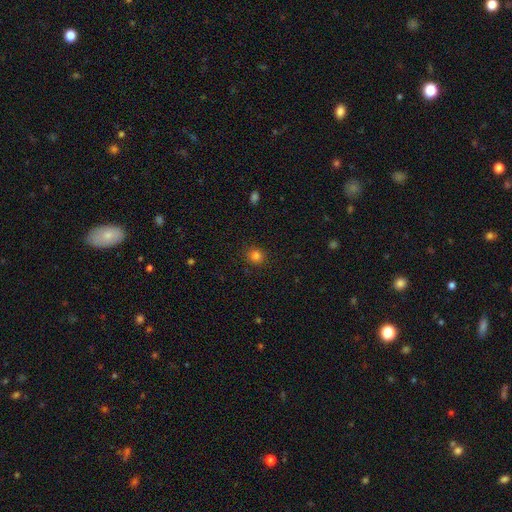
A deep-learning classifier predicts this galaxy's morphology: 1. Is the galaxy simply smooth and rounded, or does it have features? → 82% smooth, 14% star or artifact, 5% featured or disk.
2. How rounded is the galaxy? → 84% round, 15% in between, 1% cigar-shaped.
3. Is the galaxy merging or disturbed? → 88% none, 8% minor disturbance, 2% major disturbance, 1% merger.